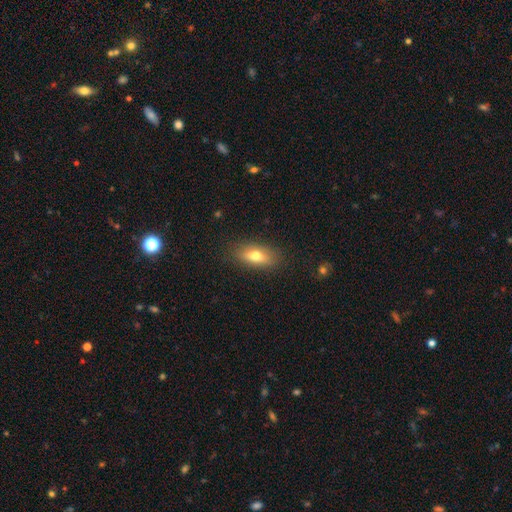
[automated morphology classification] Smooth or featured? smooth (70%)
How rounded? in between (78%)
Merging? none (85%)